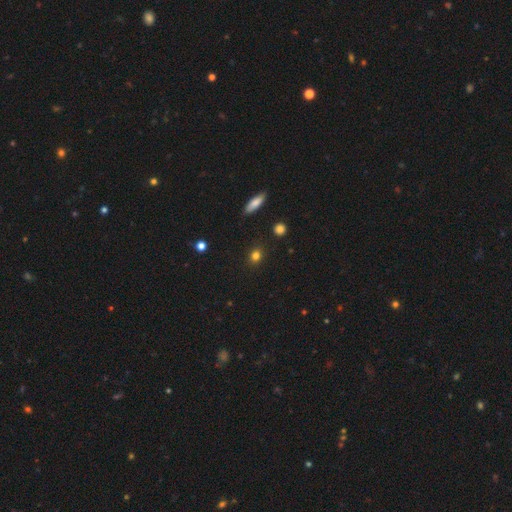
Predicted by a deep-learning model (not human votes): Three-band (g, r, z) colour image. It shows a smooth galaxy with no disk features (81%) that is round (69%). Merging: none (89%).